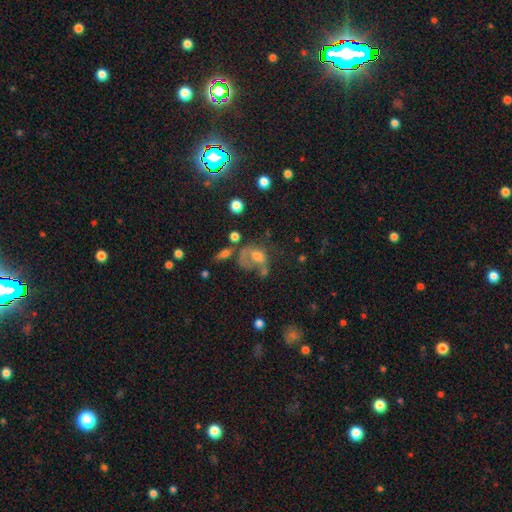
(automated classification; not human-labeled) Smooth or featured? Predicted: smooth (p=0.39). Merging? Predicted: major disturbance (p=0.33).